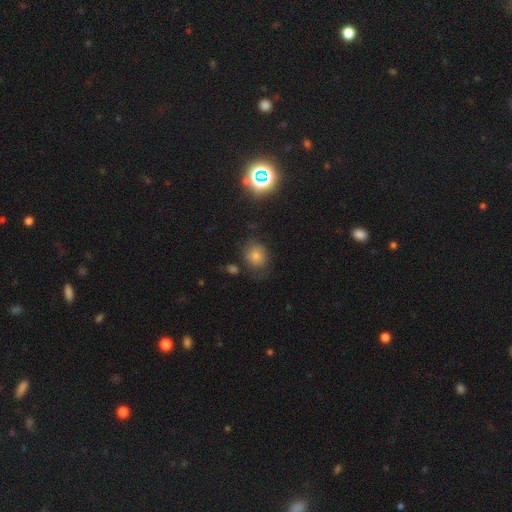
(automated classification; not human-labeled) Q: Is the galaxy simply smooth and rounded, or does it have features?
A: smooth — 59%.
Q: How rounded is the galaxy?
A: round — 68%.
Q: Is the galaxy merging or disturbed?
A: none — 67%.